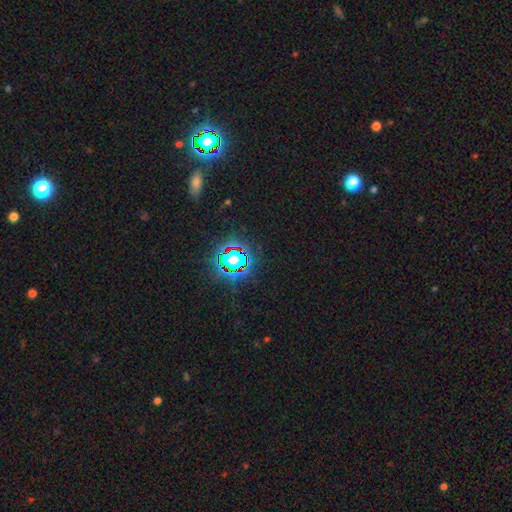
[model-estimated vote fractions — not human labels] smooth_or_featured: star or artifact (p=0.82) [alt: smooth p=0.11]